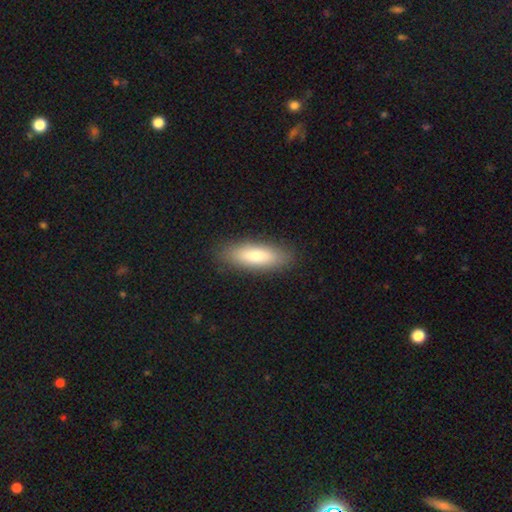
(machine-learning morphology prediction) Smooth or featured?
  - smooth: 75% *
  - featured or disk: 18%
  - star or artifact: 6%
How rounded?
  - in between: 54% *
  - cigar-shaped: 44%
  - round: 2%
Merging?
  - none: 88% *
  - minor disturbance: 9%
  - major disturbance: 2%
  - merger: 1%